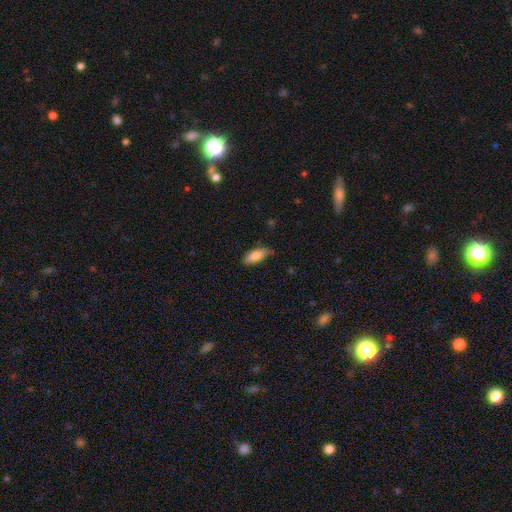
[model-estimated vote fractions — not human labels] This appears to be a smooth galaxy with no disk features (83%) that is in between round and cigar-shaped (80%). Merging: none (75%).